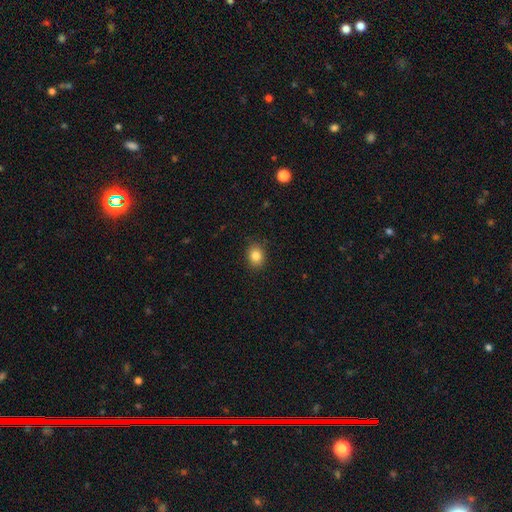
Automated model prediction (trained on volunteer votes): The model was most divided on "how rounded": round: 54%, in between: 45%, cigar-shaped: 1%. More confident: merging — none (87%); smooth or featured — smooth (85%).